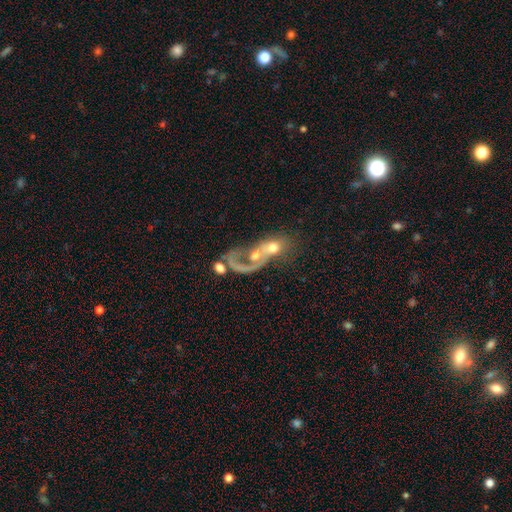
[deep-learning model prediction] A featured or disk galaxy (55%) with no bar (81%), no spiral arms (59%) and a moderate central bulge (51%).

Vote fractions:
- Smooth or featured? featured or disk: 55% / smooth: 35% / star or artifact: 10%
- Edge-on disk? no: 94% / yes: 6%
- Bar? no: 81% / weak: 15% / strong: 4%
- Spiral arms? no: 59% / yes: 41%
- Bulge size? moderate: 51% / small: 22% / large: 13% / none: 11% / dominant: 3%
- Merging? merger: 67% / major disturbance: 18% / none: 10% / minor disturbance: 5%